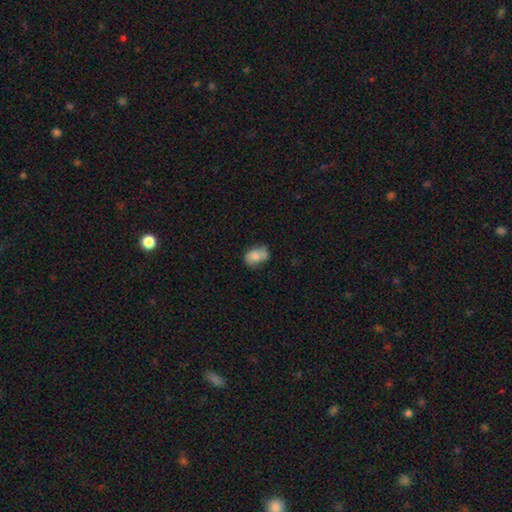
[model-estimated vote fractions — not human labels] Smooth or featured? smooth (75%)
How rounded? in between (75%)
Merging? none (40%)